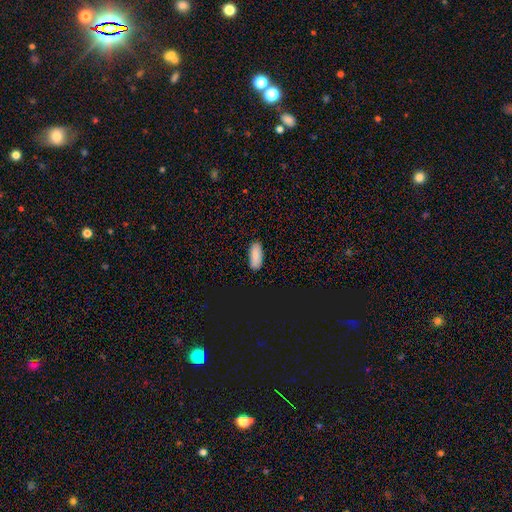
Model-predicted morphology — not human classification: Smooth or featured? smooth (85%)
How rounded? in between (87%)
Merging? none (85%)